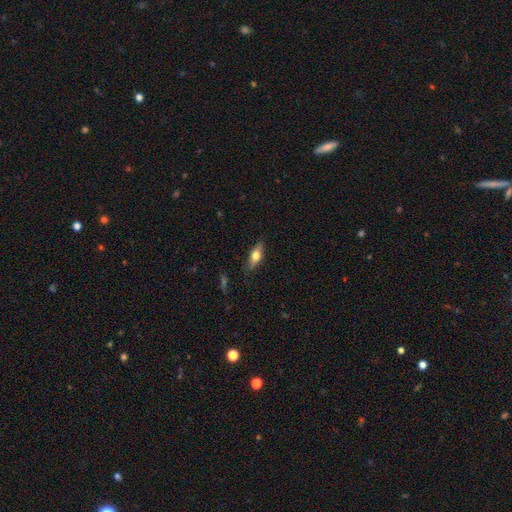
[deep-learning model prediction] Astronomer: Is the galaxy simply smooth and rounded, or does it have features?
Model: smooth — 62%.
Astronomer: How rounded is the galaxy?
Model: in between — 67%.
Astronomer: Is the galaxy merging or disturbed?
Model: none — 82%.